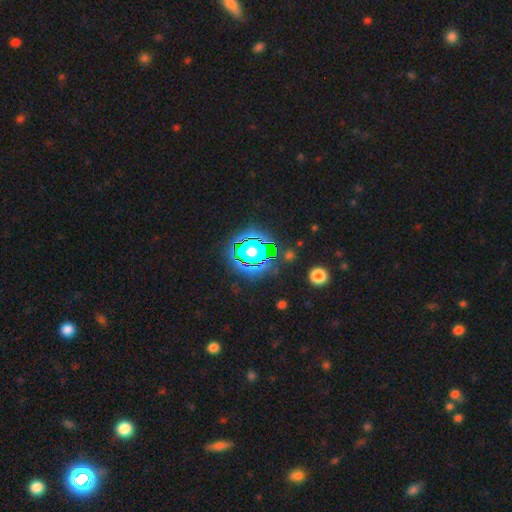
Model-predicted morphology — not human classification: Q: Smooth or featured?
A: star or artifact (79%); runner-up: smooth (13%)